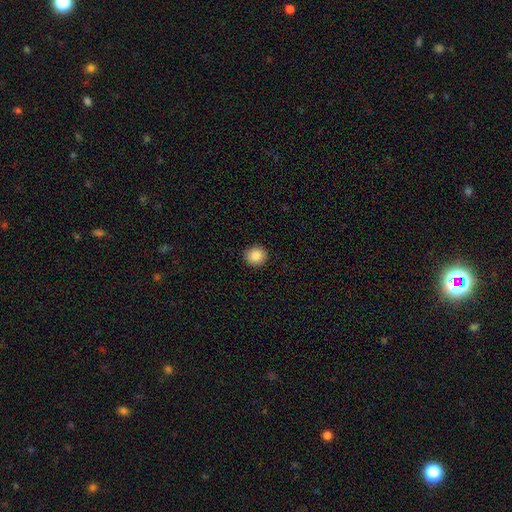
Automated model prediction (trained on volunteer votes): smooth 87%, star or artifact 9%, featured or disk 4%. Down the decision tree: how rounded — round (85%); merging — none (90%).